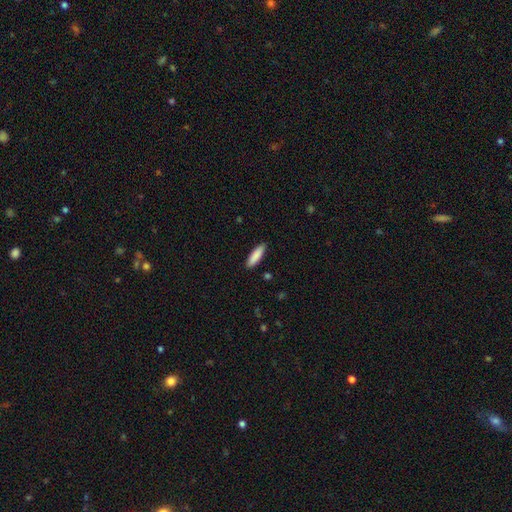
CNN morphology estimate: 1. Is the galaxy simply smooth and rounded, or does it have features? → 88% smooth, 6% featured or disk, 6% star or artifact.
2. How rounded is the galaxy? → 60% cigar-shaped, 39% in between, 1% round.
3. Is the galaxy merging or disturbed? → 89% none, 8% minor disturbance, 2% major disturbance, 1% merger.